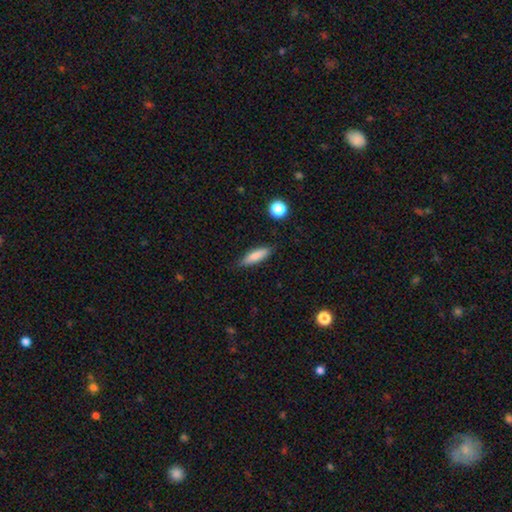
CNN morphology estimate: Q: Smooth or featured?
A: smooth (81%); runner-up: featured or disk (12%)
Q: How rounded?
A: cigar-shaped (66%); runner-up: in between (32%)
Q: Merging?
A: none (84%); runner-up: minor disturbance (12%)